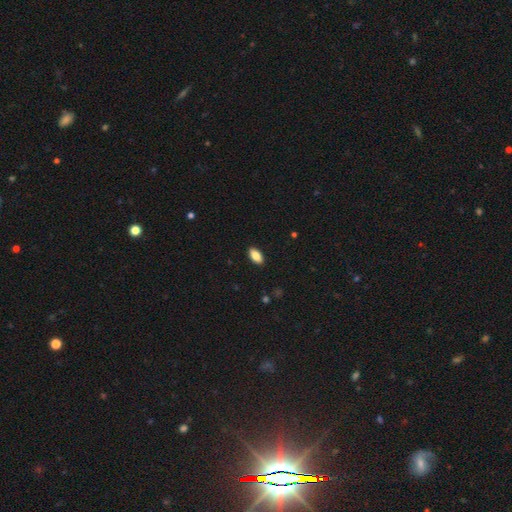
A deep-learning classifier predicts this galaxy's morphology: smooth_or_featured: smooth (p=0.85) [alt: featured or disk p=0.08]
how_rounded: in between (p=0.91) [alt: cigar-shaped p=0.06]
merging: none (p=0.90) [alt: minor disturbance p=0.07]